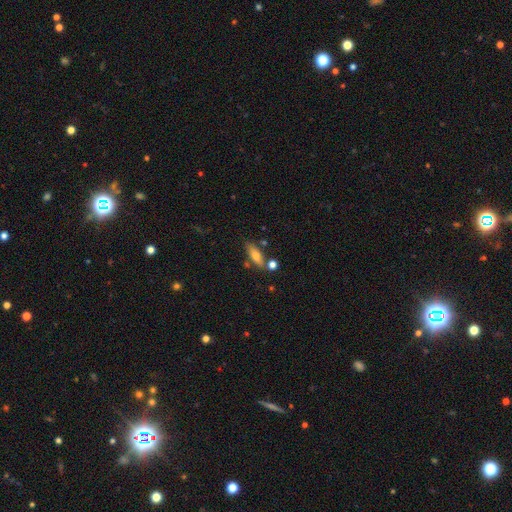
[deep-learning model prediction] The model was most divided on "how rounded": in between: 52%, cigar-shaped: 44%, round: 3%. More confident: merging — none (72%); smooth or featured — smooth (65%).